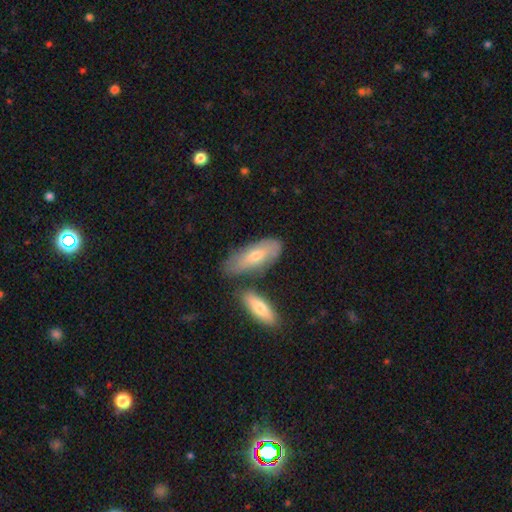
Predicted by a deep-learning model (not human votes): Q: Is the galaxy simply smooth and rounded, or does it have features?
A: smooth — 57%.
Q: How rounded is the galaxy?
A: in between — 68%.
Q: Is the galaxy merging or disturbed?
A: none — 62%.